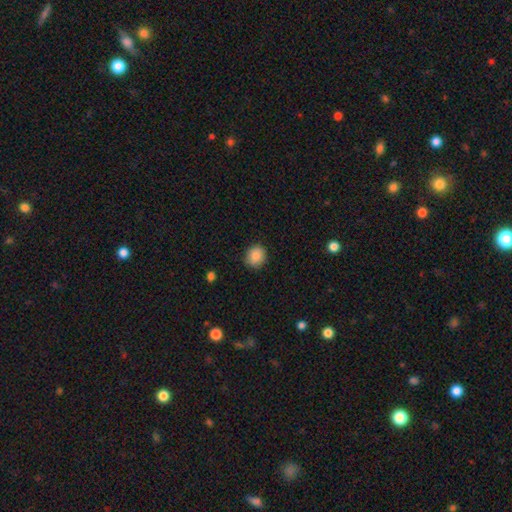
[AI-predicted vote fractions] Smooth or featured? smooth (87%)
How rounded? round (80%)
Merging? none (86%)